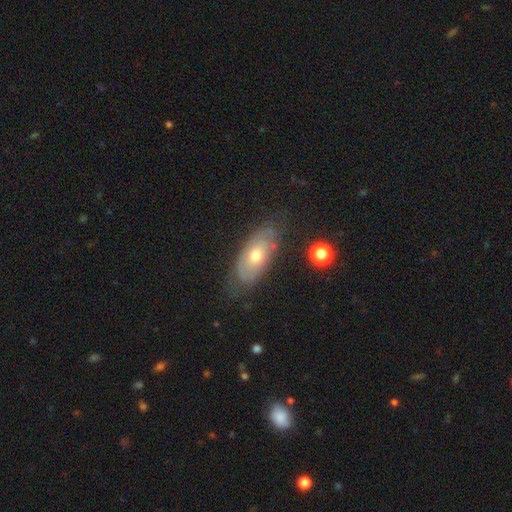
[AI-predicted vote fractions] A featured or disk galaxy (49%).

Vote fractions:
- Smooth or featured? featured or disk: 49% / smooth: 43% / star or artifact: 8%
- Merging? none: 67% / minor disturbance: 23% / major disturbance: 8% / merger: 2%